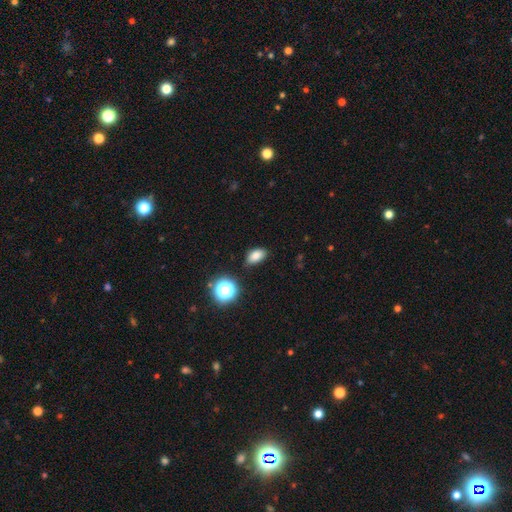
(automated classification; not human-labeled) Smooth or featured?
  - smooth: 80% *
  - star or artifact: 14%
  - featured or disk: 6%
How rounded?
  - in between: 87% *
  - round: 11%
  - cigar-shaped: 2%
Merging?
  - none: 82% *
  - minor disturbance: 13%
  - major disturbance: 3%
  - merger: 2%